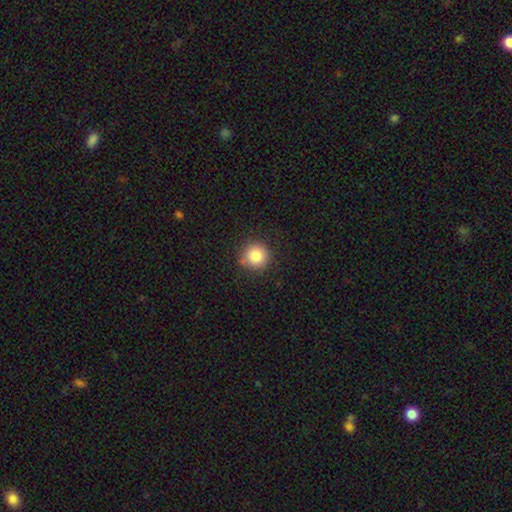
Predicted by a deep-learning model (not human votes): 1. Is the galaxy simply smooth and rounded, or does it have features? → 84% smooth, 10% star or artifact, 6% featured or disk.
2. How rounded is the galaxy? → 94% round, 5% in between, 1% cigar-shaped.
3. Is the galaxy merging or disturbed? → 86% none, 10% minor disturbance, 3% major disturbance, 2% merger.